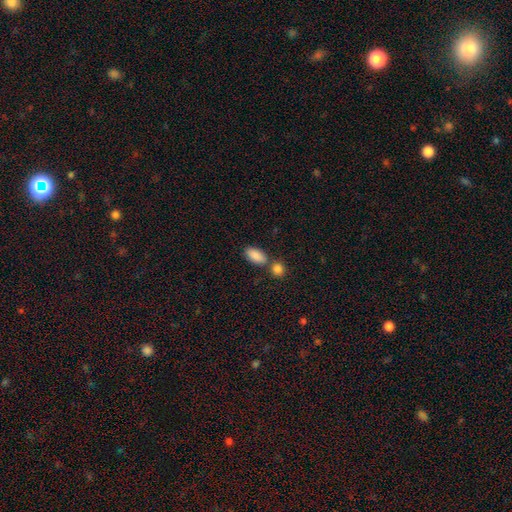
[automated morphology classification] This is clearly a smooth galaxy (88%). How rounded: clearly in between (91%). Merging: likely none (60%).